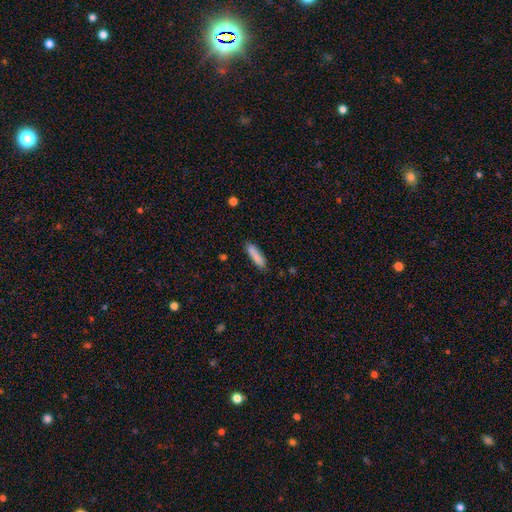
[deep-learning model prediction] This appears to be a smooth galaxy with no disk features (85%) that is cigar-shaped (69%). Merging: none (80%).